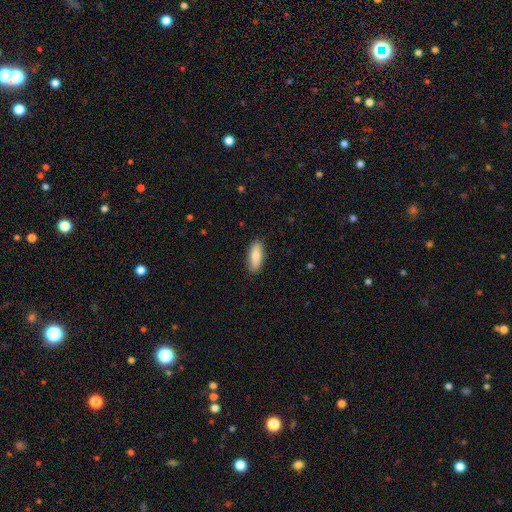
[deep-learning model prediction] Overall: smooth (83%). How rounded: in between (69%). Merging: none (88%).